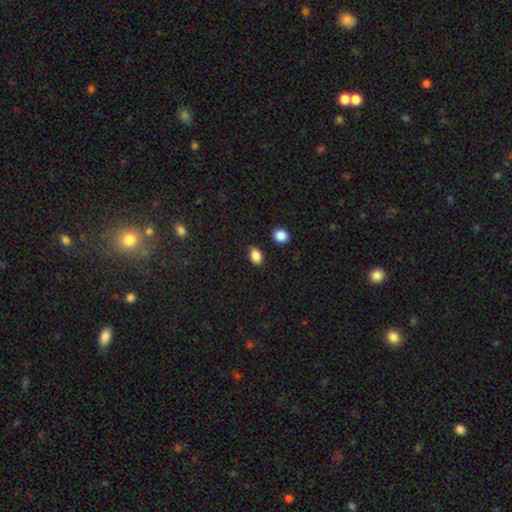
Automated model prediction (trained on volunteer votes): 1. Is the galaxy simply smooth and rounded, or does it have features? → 87% smooth, 9% star or artifact, 3% featured or disk.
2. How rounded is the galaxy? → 78% in between, 21% round, 1% cigar-shaped.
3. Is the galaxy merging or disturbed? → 86% none, 9% minor disturbance, 3% merger, 2% major disturbance.